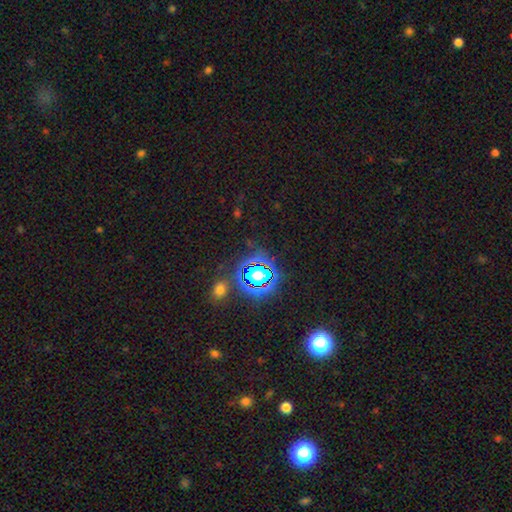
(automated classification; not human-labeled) A star or artifact, not a galaxy (80%).